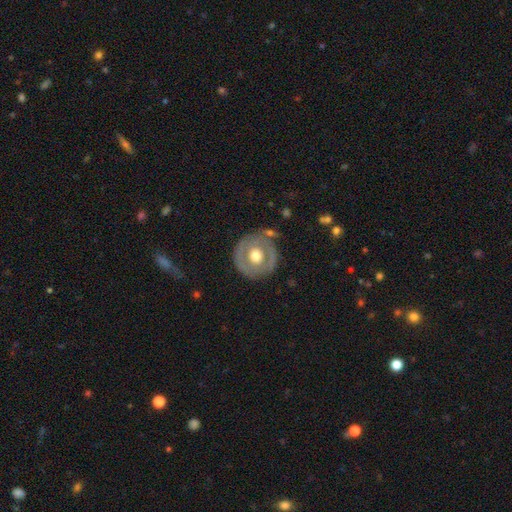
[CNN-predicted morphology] A featured or disk galaxy (58%) with no bar (83%), no spiral arms (67%) and a moderate central bulge (69%). Merging: none (74%).